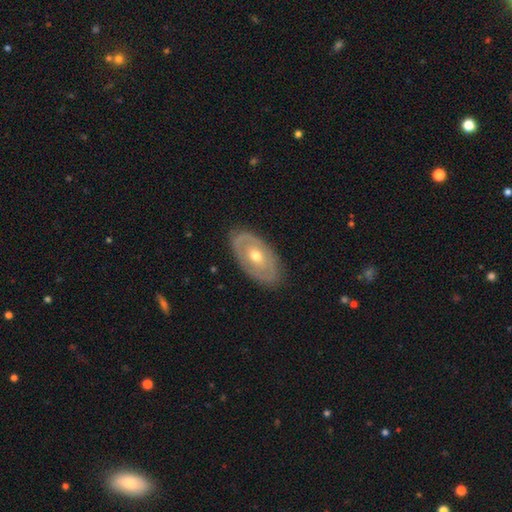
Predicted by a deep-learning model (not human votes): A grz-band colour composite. It shows a featured or disk galaxy (65%) with no bar (85%), no spiral arms (67%) and a moderate central bulge (68%). Merging: none (83%).